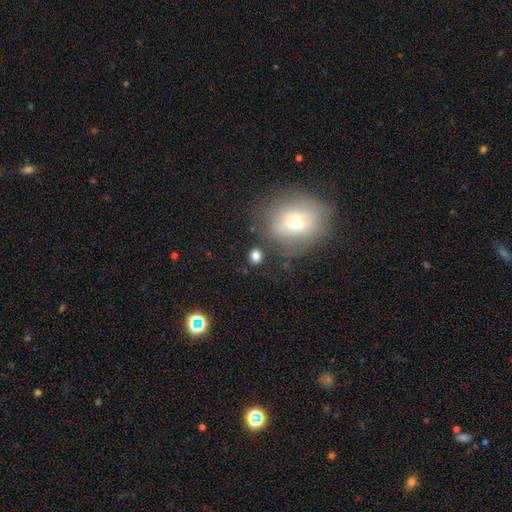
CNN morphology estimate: Overall: smooth (79%). How rounded: round (59%; in between 39%). Merging: none (78%).